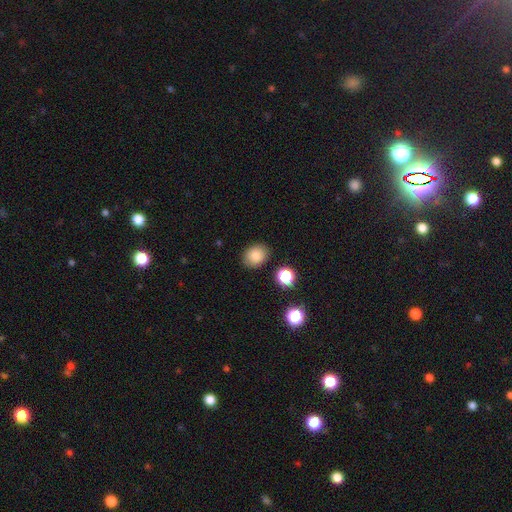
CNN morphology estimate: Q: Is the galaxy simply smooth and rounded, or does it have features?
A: smooth — 83%.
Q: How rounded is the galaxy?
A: in between — 53%.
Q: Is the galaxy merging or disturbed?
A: none — 86%.